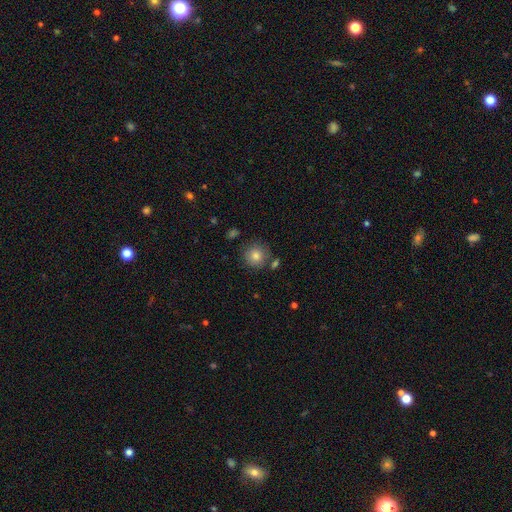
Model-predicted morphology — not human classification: smooth_or_featured: smooth (p=0.81) [alt: star or artifact p=0.10]
how_rounded: round (p=0.93) [alt: in between p=0.06]
merging: none (p=0.78) [alt: minor disturbance p=0.11]